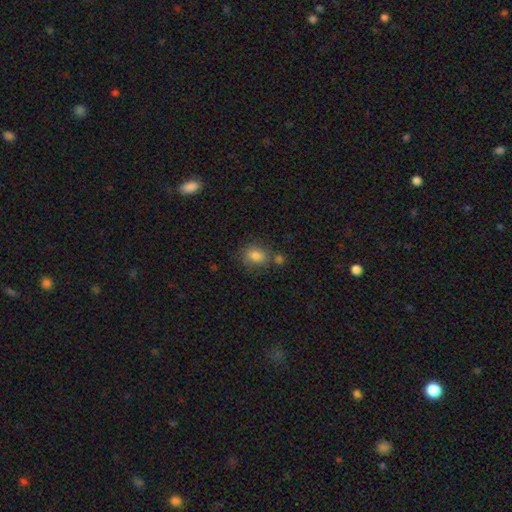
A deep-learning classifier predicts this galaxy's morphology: Q: Smooth or featured?
A: smooth (81%); runner-up: star or artifact (10%)
Q: How rounded?
A: in between (49%); tied with: round (49%)
Q: Merging?
A: none (66%); runner-up: merger (15%)